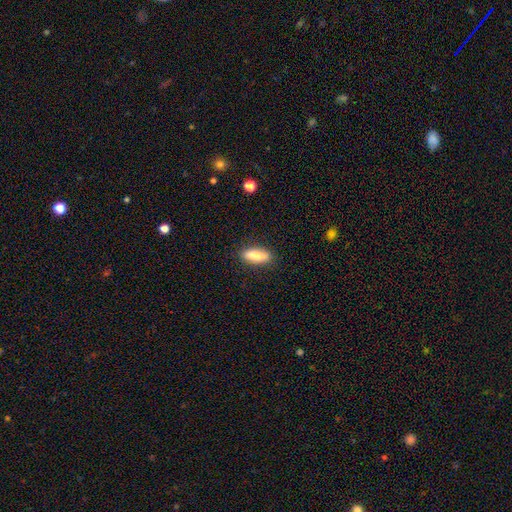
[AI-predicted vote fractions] Morphology: type=smooth (82%); roundness=in between (55%); merging=none (86%).